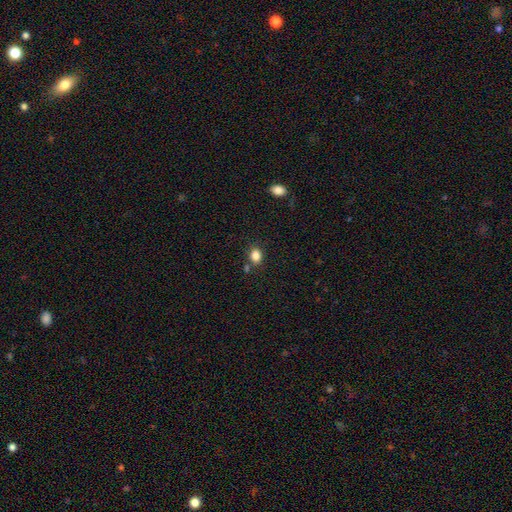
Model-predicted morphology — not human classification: Smooth or featured: smooth — 83% (star or artifact — 11%)
How rounded: in between — 63% (round — 36%)
Merging: none — 76% (minor disturbance — 12%)